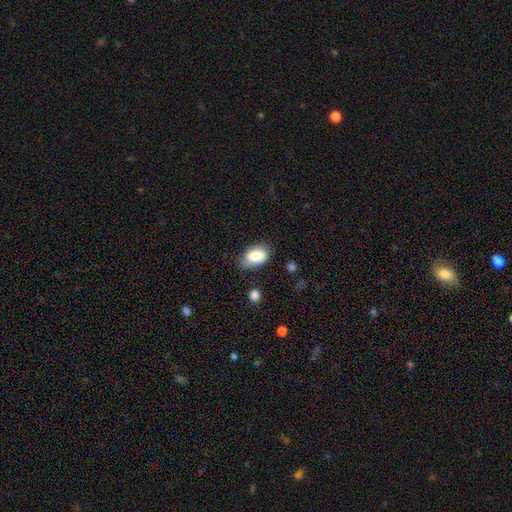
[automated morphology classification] smooth_or_featured: smooth (p=0.78) [alt: featured or disk p=0.14]
how_rounded: in between (p=0.91) [alt: round p=0.07]
merging: none (p=0.70) [alt: minor disturbance p=0.22]